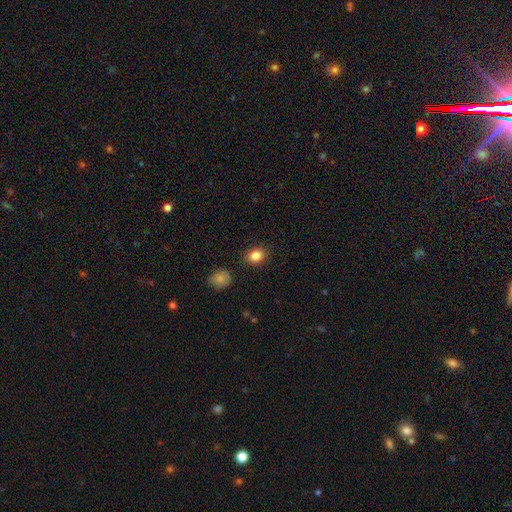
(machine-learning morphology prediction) This is clearly a smooth galaxy (85%). How rounded: possibly round (52%). Merging: clearly none (87%).